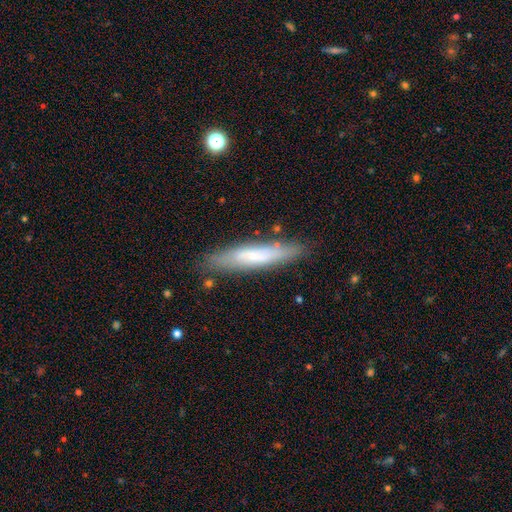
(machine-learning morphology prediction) Smooth or featured? Predicted: smooth (p=0.53). How rounded? Predicted: cigar-shaped (p=0.86). Merging? Predicted: none (p=0.83).